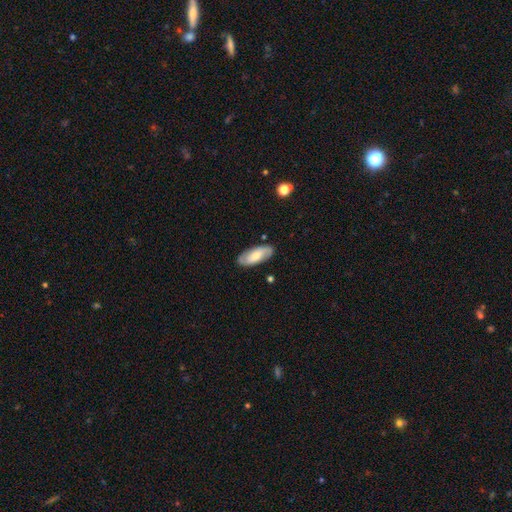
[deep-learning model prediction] A smooth galaxy with no disk features (55%) that is in between round and cigar-shaped (83%). Merging: none (86%).